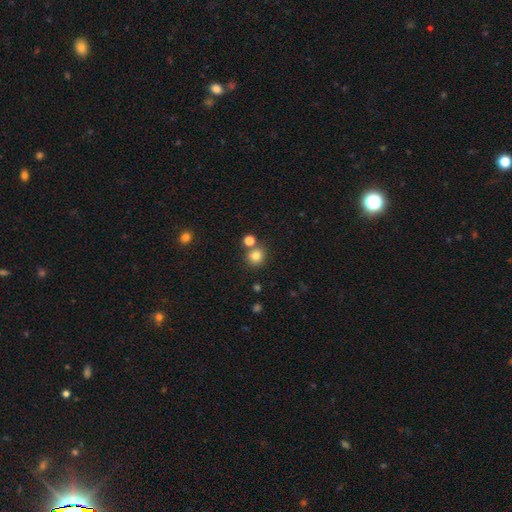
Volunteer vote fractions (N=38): smooth_or_featured: smooth (p=0.87) [alt: featured or disk p=0.08]
how_rounded: round (p=1.00)
merging: none (p=0.67) [alt: merger p=0.22]